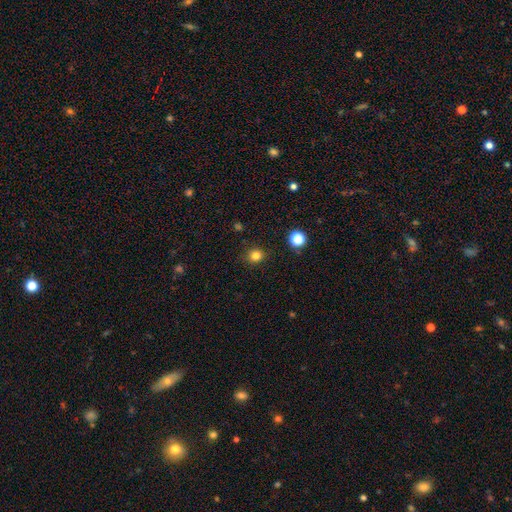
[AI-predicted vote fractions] This is clearly a smooth galaxy (82%). How rounded: clearly round (84%). Merging: clearly none (88%).